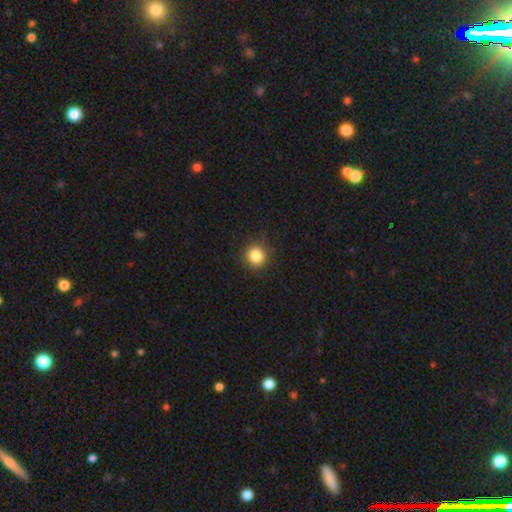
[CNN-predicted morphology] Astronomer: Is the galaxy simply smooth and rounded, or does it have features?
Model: smooth — 84%.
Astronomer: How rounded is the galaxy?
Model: round — 93%.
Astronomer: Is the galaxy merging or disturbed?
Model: none — 87%.